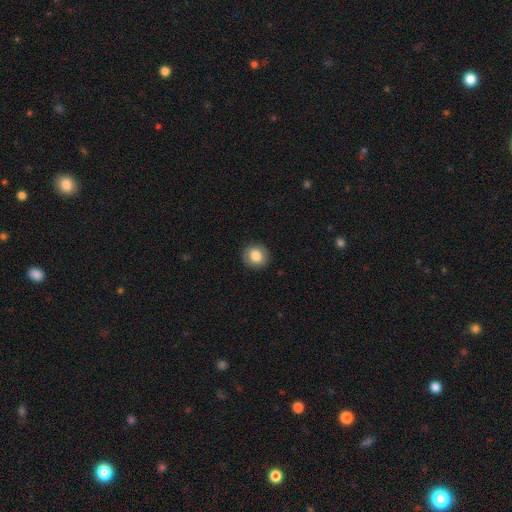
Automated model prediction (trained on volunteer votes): Smooth or featured: smooth — 80% (featured or disk — 12%)
How rounded: round — 85% (in between — 14%)
Merging: none — 89% (minor disturbance — 8%)